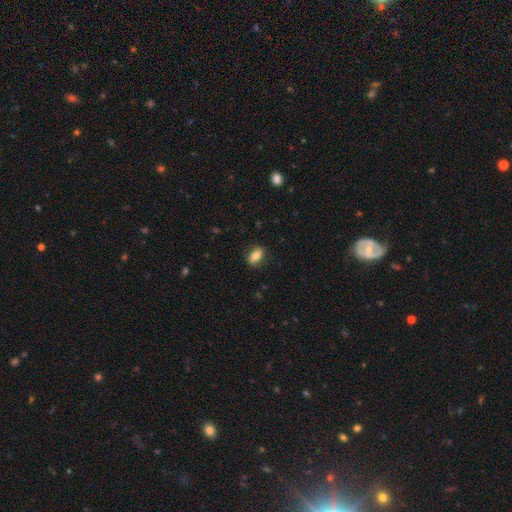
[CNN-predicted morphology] Overall: smooth (83%). How rounded: in between (86%). Merging: none (85%).